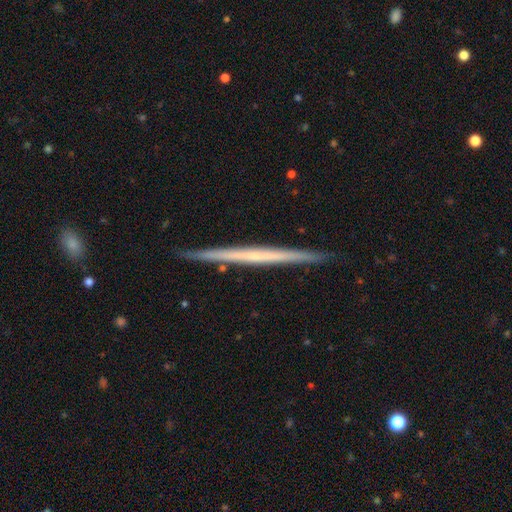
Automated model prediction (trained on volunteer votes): smooth-or-featured: featured or disk: 66% | smooth: 29% | star or artifact: 5%
  disk-edge-on: yes: 98% | no: 2%
    edge-on-bulge: none: 86% | rounded: 10% | boxy: 4%
  merging: none: 91% | minor disturbance: 6% | major disturbance: 1% | merger: 1%